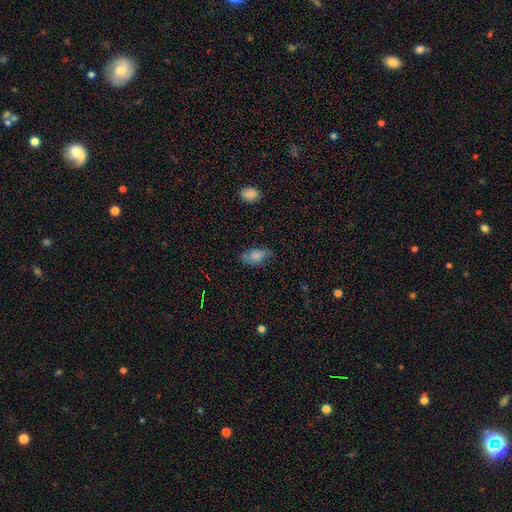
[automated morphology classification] The model was most divided on "merging": none: 53%, minor disturbance: 31%, major disturbance: 13%, merger: 3%. More confident: how rounded — in between (88%); smooth or featured — smooth (69%).